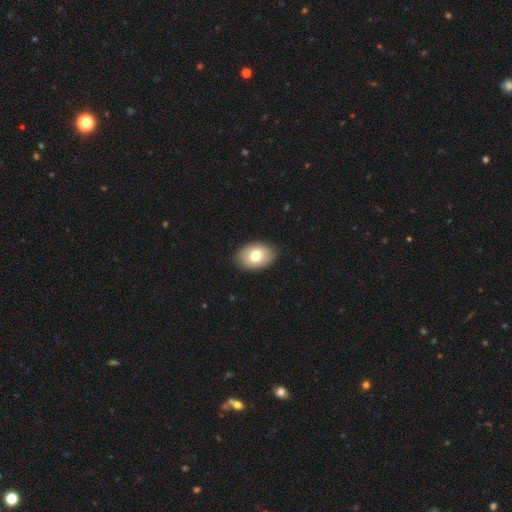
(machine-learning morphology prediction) This is likely a smooth galaxy (78%). How rounded: clearly in between (84%). Merging: clearly none (87%).